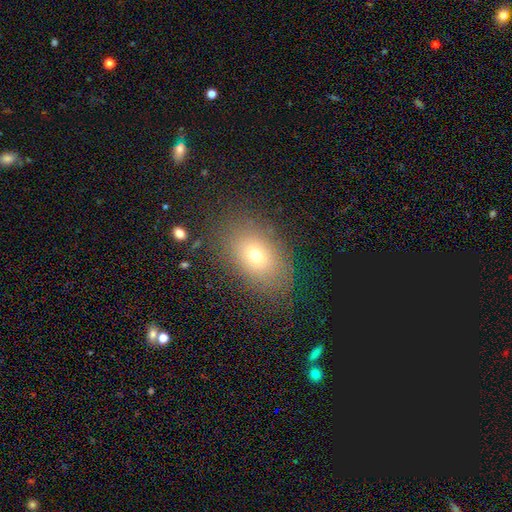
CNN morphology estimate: smooth 68%, featured or disk 16%, star or artifact 16%. Down the decision tree: how rounded — in between (76%); merging — none (82%).